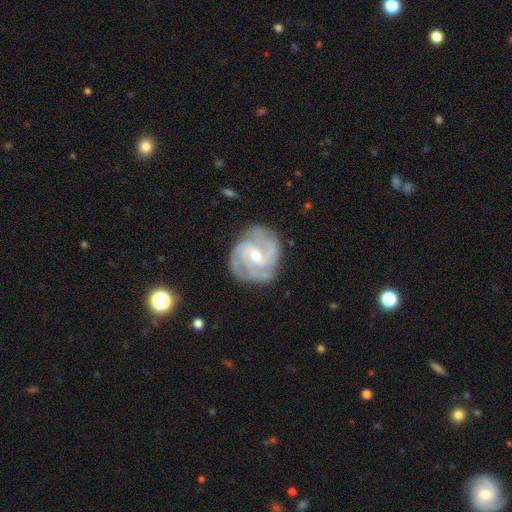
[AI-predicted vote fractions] Q: Smooth or featured?
A: featured or disk (90%); runner-up: smooth (6%)
Q: Edge-on disk?
A: no (98%); runner-up: yes (2%)
Q: Bar?
A: weak (45%); runner-up: no (41%)
Q: Spiral arms?
A: yes (98%); runner-up: no (2%)
Q: Spiral winding?
A: tight (56%); runner-up: medium (38%)
Q: Spiral arm count?
A: 3 (51%); runner-up: 4 (16%)
Q: Bulge size?
A: moderate (52%); runner-up: small (45%)
Q: Merging?
A: none (78%); runner-up: minor disturbance (16%)